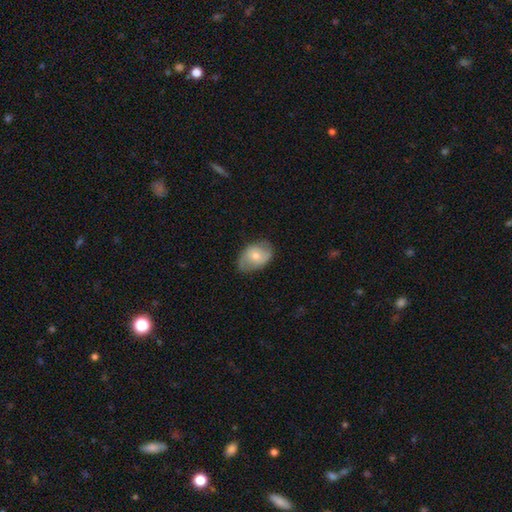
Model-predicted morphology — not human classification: The model was most divided on "smooth or featured": smooth: 54%, featured or disk: 39%, star or artifact: 7%. More confident: how rounded — in between (77%); merging — none (71%).